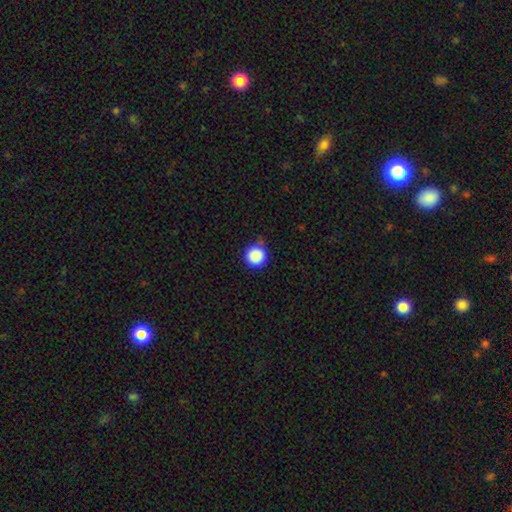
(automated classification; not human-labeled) Q: Smooth or featured?
A: smooth (88%); runner-up: star or artifact (9%)
Q: How rounded?
A: round (95%); runner-up: in between (4%)
Q: Merging?
A: none (72%); runner-up: minor disturbance (21%)